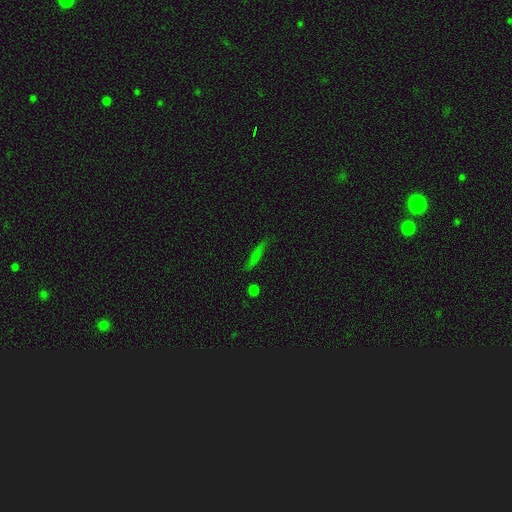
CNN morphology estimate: Overall: smooth (63%; featured or disk 25%). How rounded: cigar-shaped (87%). Merging: none (76%).